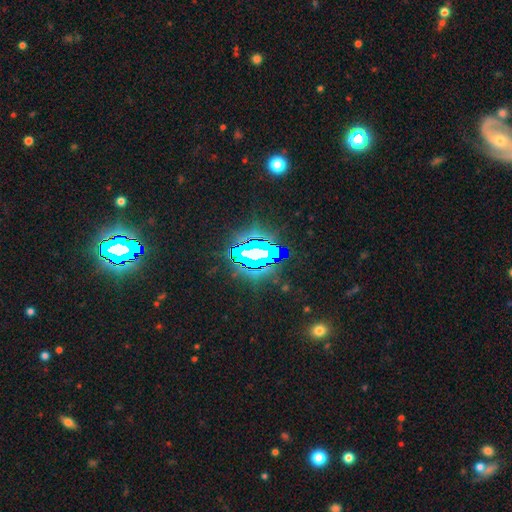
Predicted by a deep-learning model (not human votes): Overall: star or artifact (74%).